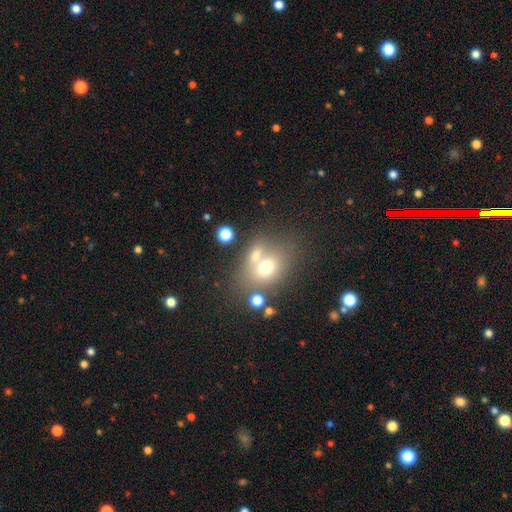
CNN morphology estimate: This is likely a smooth galaxy (65%). How rounded: possibly in between (60%). Merging: marginally merger (43%).